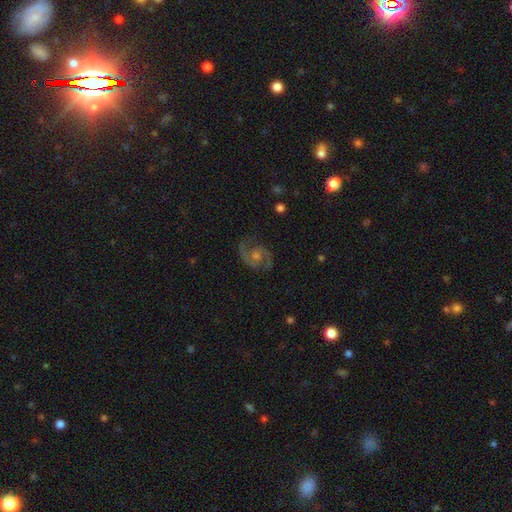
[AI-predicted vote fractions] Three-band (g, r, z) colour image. It shows a featured or disk galaxy (86%) with no bar (65%), 2 (90%) medium (57%) spiral arms (97%) and a moderate central bulge (54%). Merging: none (77%).